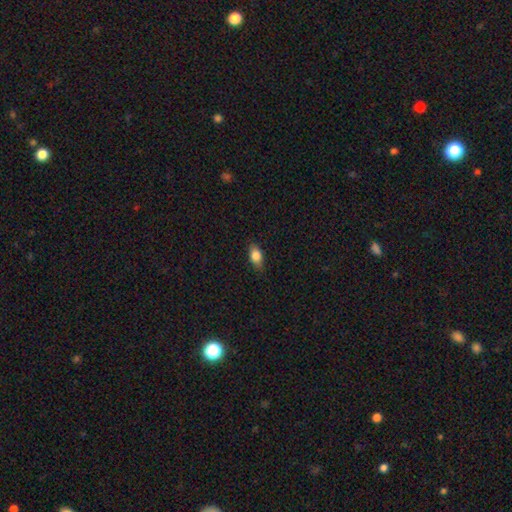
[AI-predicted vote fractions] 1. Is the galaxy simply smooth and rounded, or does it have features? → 81% smooth, 11% featured or disk, 8% star or artifact.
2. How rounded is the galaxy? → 82% in between, 12% round, 6% cigar-shaped.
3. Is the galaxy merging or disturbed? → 81% none, 16% minor disturbance, 3% major disturbance, 1% merger.